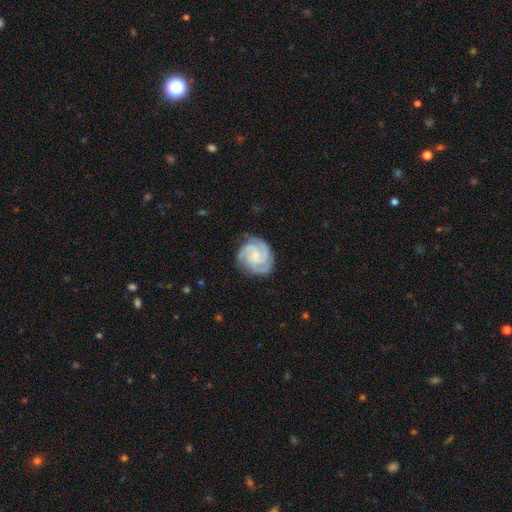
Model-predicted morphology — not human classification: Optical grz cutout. It shows a featured or disk galaxy (88%) with no bar (65%), 3 (58%) tight (65%) spiral arms (98%) and a small central bulge (53%). Merging: none (80%).